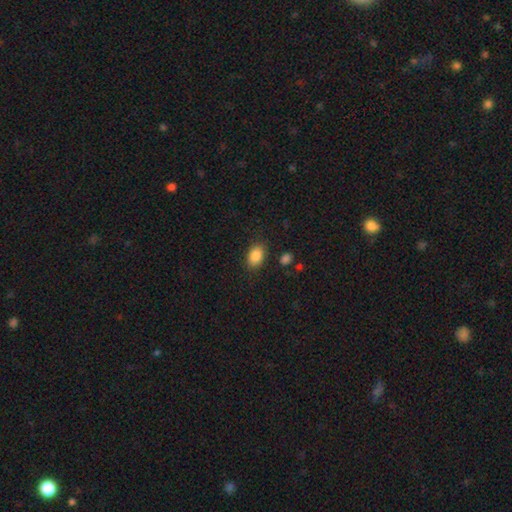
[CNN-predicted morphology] This appears to be a smooth galaxy with no disk features (86%) that is in between round and cigar-shaped (83%). Merging: none (85%).